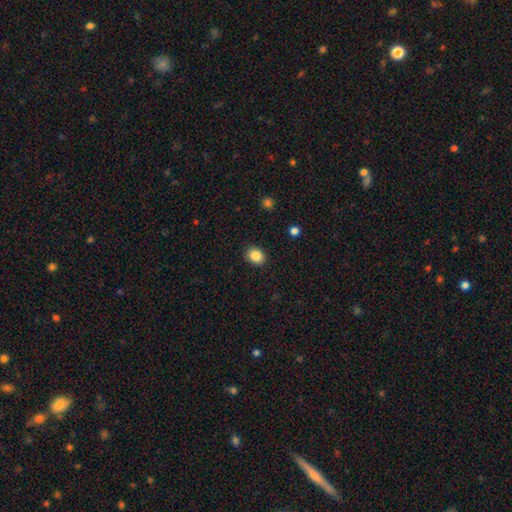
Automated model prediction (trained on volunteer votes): Morphology: type=smooth (85%); roundness=round (52%); merging=none (89%).